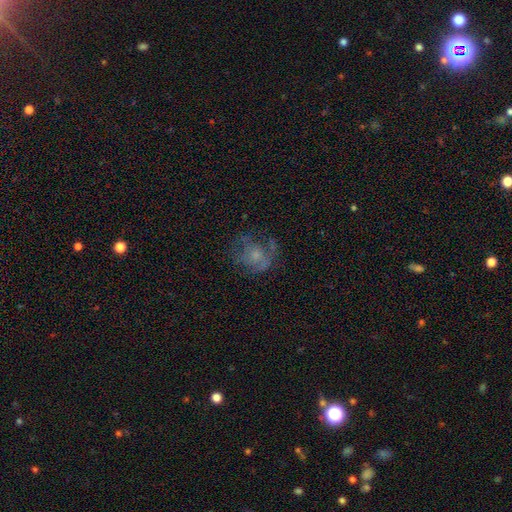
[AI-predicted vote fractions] Overall: featured or disk (49%; smooth 37%). Merging: none (52%; major disturbance 25%).